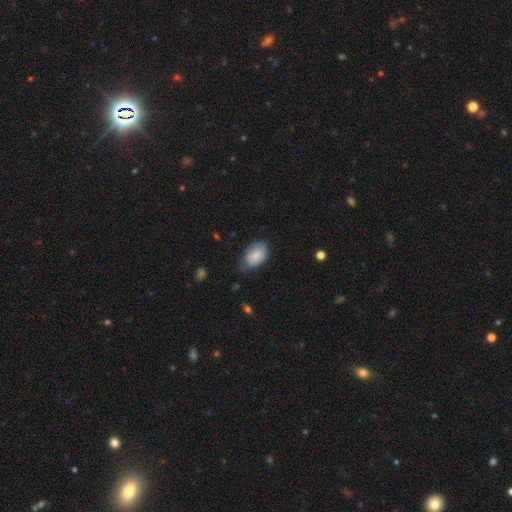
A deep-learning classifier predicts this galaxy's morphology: Smooth or featured? smooth (81%)
How rounded? in between (89%)
Merging? none (58%)